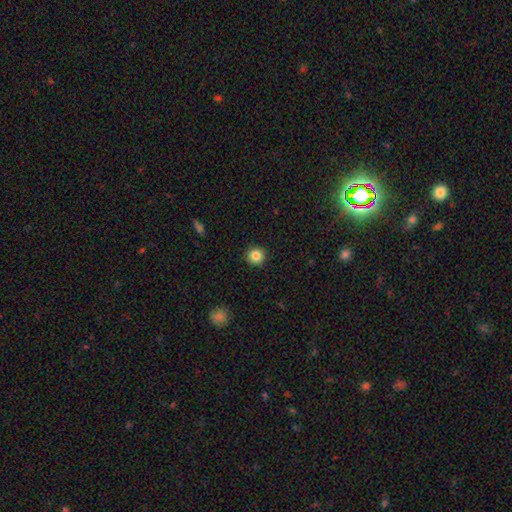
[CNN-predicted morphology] smooth-or-featured: smooth: 84% | star or artifact: 11% | featured or disk: 5%
  how-rounded: round: 95% | in between: 4% | cigar-shaped: 1%
  merging: none: 93% | minor disturbance: 5% | major disturbance: 2% | merger: 1%